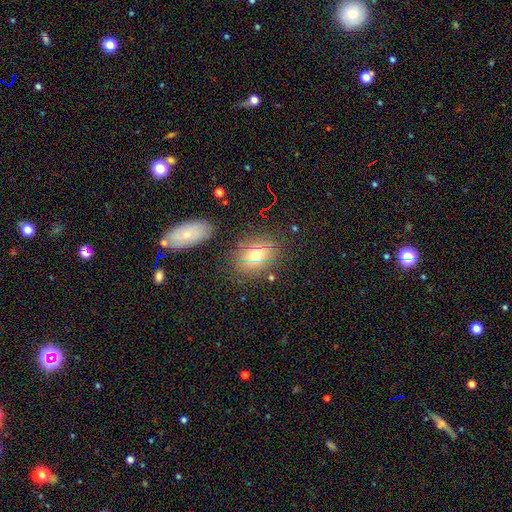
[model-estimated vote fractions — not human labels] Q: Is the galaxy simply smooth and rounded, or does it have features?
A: smooth — 64%.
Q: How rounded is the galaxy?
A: in between — 64%.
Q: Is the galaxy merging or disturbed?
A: none — 82%.